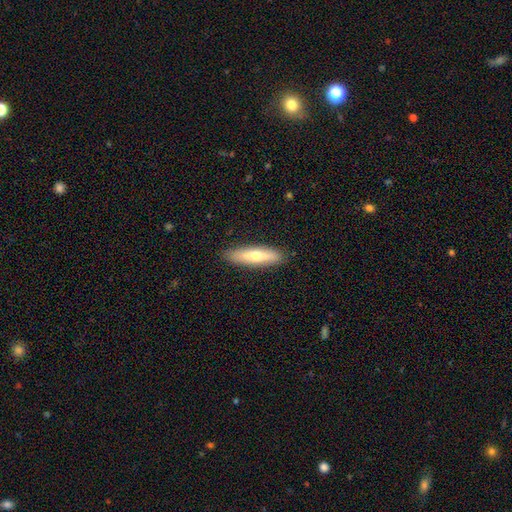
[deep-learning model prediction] Smooth or featured? Predicted: smooth (p=0.54). How rounded? Predicted: cigar-shaped (p=0.74). Merging? Predicted: none (p=0.89).